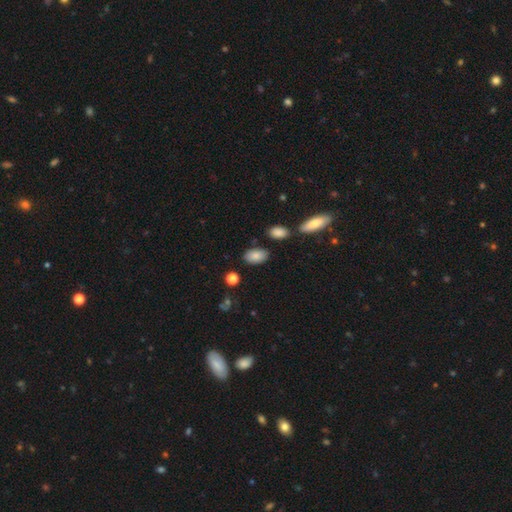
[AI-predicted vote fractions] Smooth or featured?
  - smooth: 85% *
  - star or artifact: 8%
  - featured or disk: 7%
How rounded?
  - in between: 92% *
  - round: 6%
  - cigar-shaped: 2%
Merging?
  - none: 80% *
  - minor disturbance: 12%
  - merger: 5%
  - major disturbance: 3%